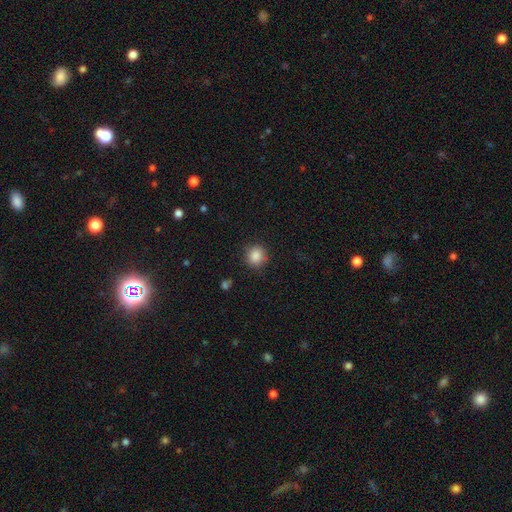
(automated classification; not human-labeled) The model was most divided on "how rounded": round: 88%, in between: 11%, cigar-shaped: 1%. More confident: smooth or featured — smooth (87%); merging — none (86%).